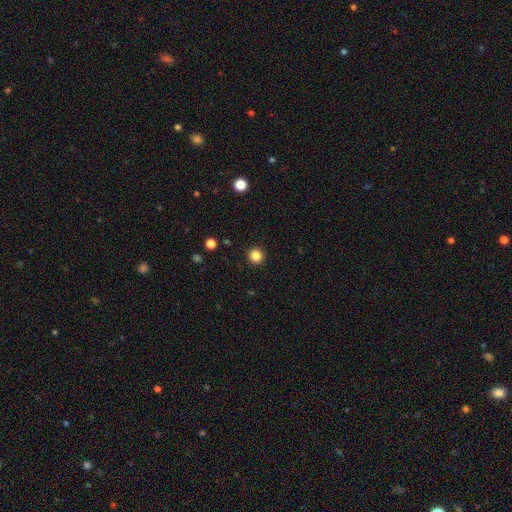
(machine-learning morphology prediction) A smooth galaxy with no disk features (85%) that is round (94%).

Vote fractions:
- Smooth or featured? smooth: 85% / star or artifact: 11% / featured or disk: 3%
- How rounded? round: 94% / in between: 5% / cigar-shaped: 1%
- Merging? none: 93% / minor disturbance: 4% / major disturbance: 2% / merger: 1%